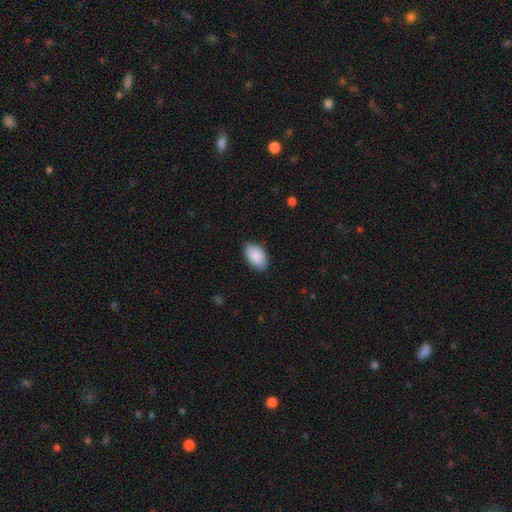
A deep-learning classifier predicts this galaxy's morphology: Smooth or featured? Predicted: smooth (p=0.90). How rounded? Predicted: in between (p=0.94). Merging? Predicted: none (p=0.84).